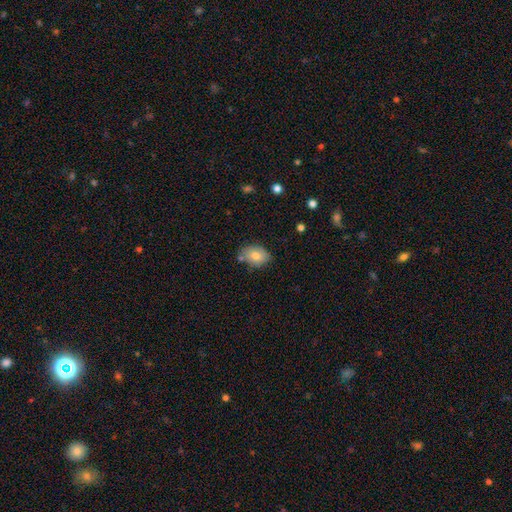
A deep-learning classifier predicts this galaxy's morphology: A smooth galaxy with no disk features (77%) that is in between round and cigar-shaped (78%).

Vote fractions:
- Smooth or featured? smooth: 77% / featured or disk: 15% / star or artifact: 8%
- How rounded? in between: 78% / round: 20% / cigar-shaped: 1%
- Merging? none: 72% / minor disturbance: 18% / merger: 7% / major disturbance: 3%